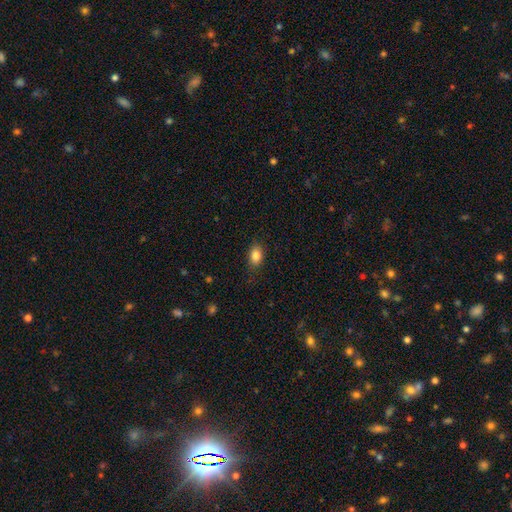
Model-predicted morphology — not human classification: Smooth or featured? Predicted: smooth (p=0.85). How rounded? Predicted: in between (p=0.82). Merging? Predicted: none (p=0.83).